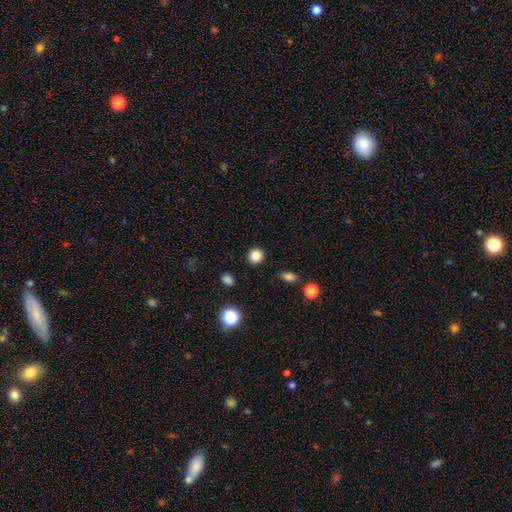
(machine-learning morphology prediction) Smooth or featured? smooth (86%)
How rounded? round (89%)
Merging? none (91%)